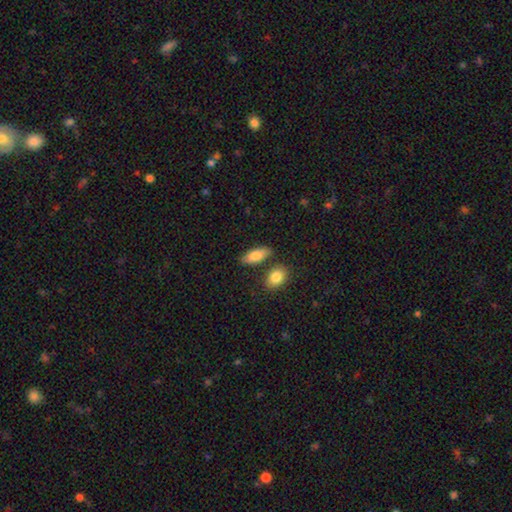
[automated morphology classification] Smooth or featured? Predicted: smooth (p=0.83). How rounded? Predicted: in between (p=0.84). Merging? Predicted: none (p=0.72).